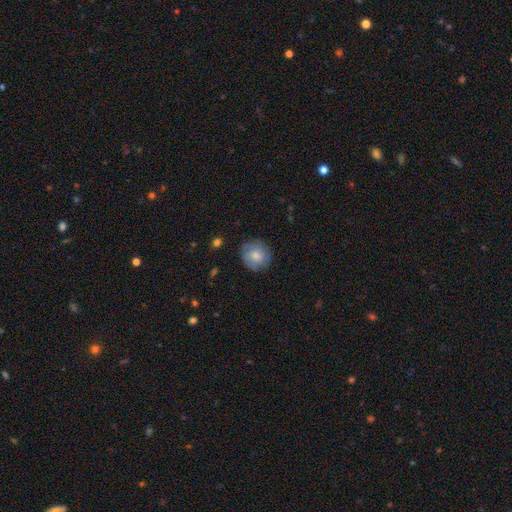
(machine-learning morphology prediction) A smooth galaxy with no disk features (73%) that is round (88%). Merging: none (79%).